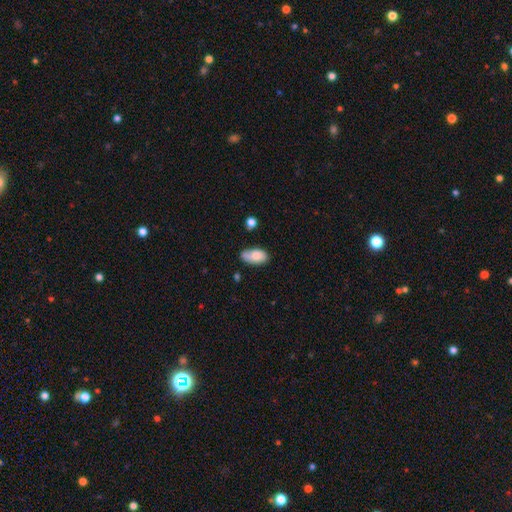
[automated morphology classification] smooth-or-featured: smooth: 74% | featured or disk: 19% | star or artifact: 7%
  how-rounded: in between: 93% | round: 4% | cigar-shaped: 3%
  merging: none: 58% | minor disturbance: 28% | major disturbance: 7% | merger: 7%